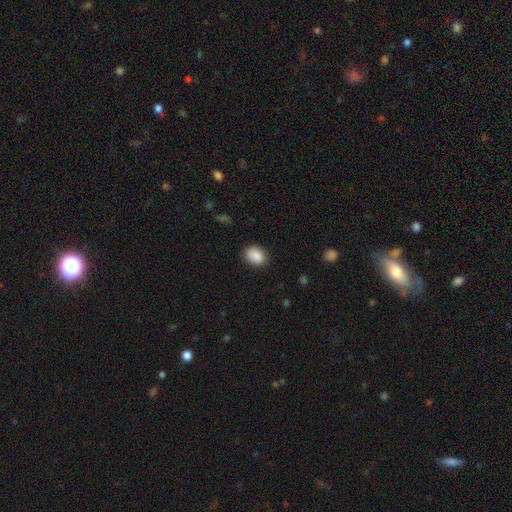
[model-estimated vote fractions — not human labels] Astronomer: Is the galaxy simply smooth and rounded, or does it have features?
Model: smooth — 88%.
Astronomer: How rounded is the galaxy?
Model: in between — 52% (runner-up: round, 47%).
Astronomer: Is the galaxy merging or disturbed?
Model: none — 83%.